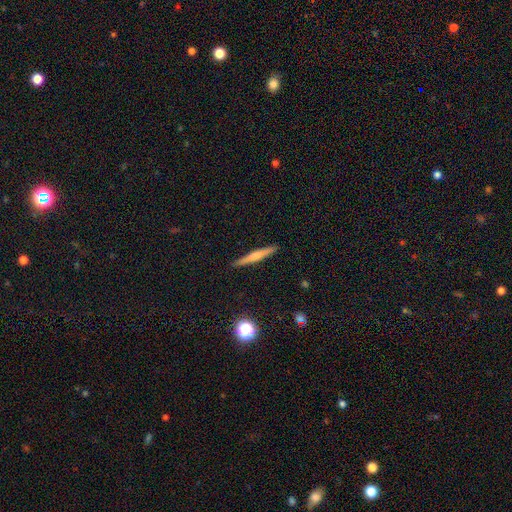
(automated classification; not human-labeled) A smooth galaxy with no disk features (49%). Merging: none (91%).